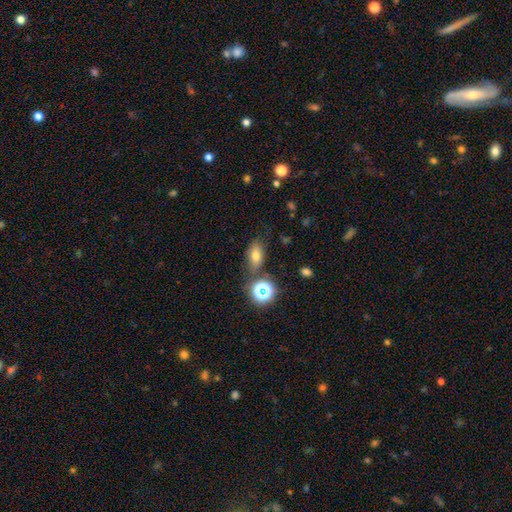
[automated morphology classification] Overall: smooth (68%). How rounded: in between (78%). Merging: none (72%).